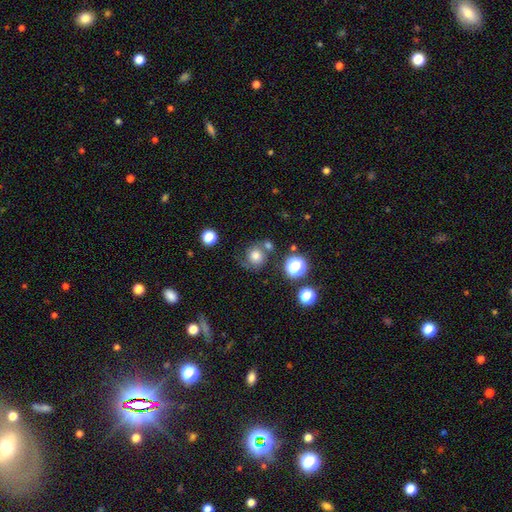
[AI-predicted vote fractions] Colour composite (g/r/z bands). It shows a smooth galaxy with no disk features (67%) that is round (87%). Merging: none (57%).